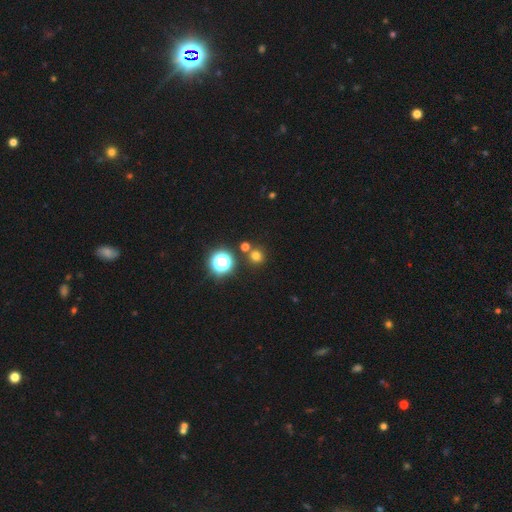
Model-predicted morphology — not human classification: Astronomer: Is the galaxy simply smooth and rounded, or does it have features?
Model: smooth — 68%.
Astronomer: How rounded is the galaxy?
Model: round — 92%.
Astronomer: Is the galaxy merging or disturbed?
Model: none — 80%.